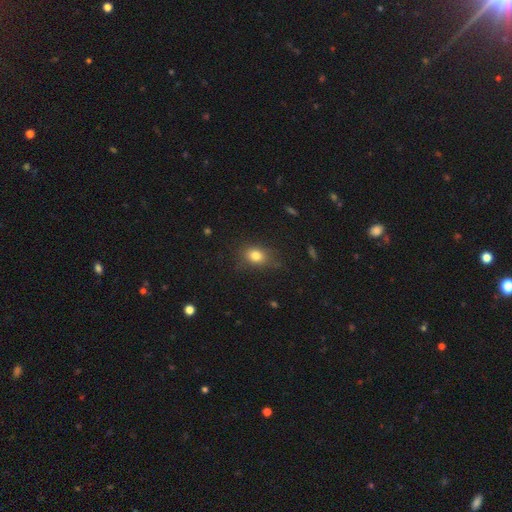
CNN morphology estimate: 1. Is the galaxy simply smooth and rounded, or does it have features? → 80% smooth, 11% star or artifact, 9% featured or disk.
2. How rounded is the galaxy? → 58% in between, 41% round, 2% cigar-shaped.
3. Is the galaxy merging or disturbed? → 73% none, 19% minor disturbance, 6% major disturbance, 1% merger.